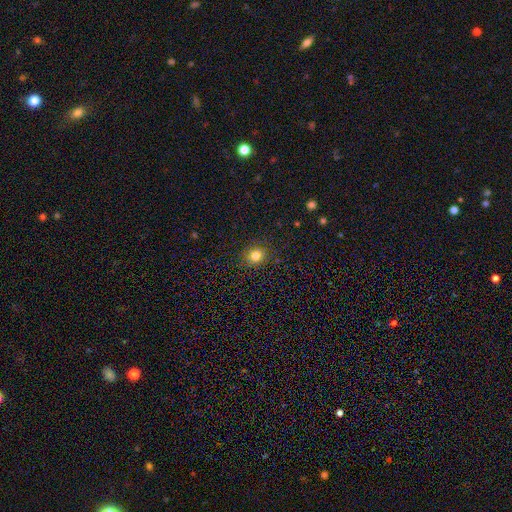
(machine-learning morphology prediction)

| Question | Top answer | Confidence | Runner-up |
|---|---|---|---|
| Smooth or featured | smooth | 81% | star or artifact (13%) |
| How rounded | round | 83% | in between (16%) |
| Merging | none | 90% | minor disturbance (7%) |